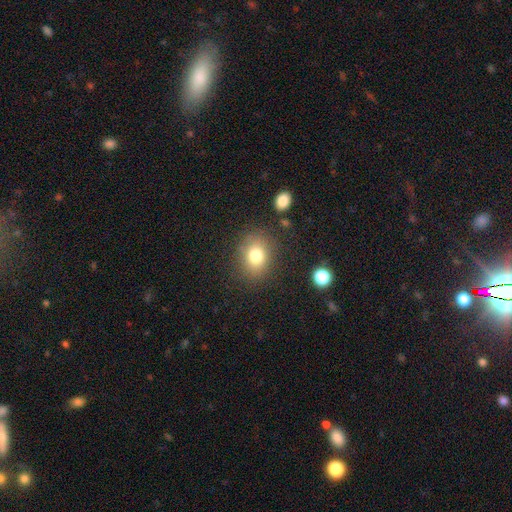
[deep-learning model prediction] This is likely a smooth galaxy (79%). How rounded: possibly in between (52%). Merging: clearly none (81%).